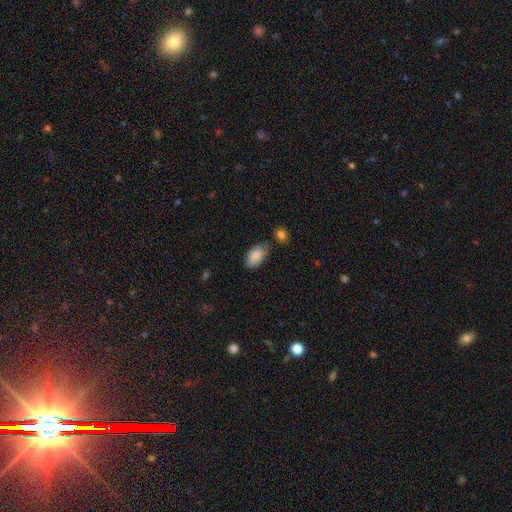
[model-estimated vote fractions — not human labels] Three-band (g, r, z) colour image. It shows a smooth galaxy with no disk features (87%) that is in between round and cigar-shaped (94%). Merging: none (68%).